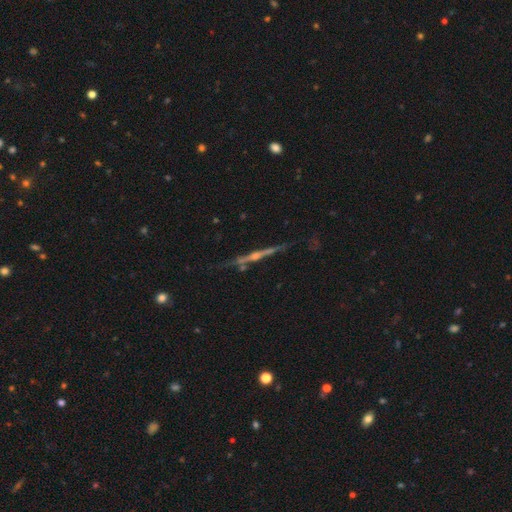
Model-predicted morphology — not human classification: This is clearly a featured or disk galaxy (81%). It is clearly viewed edge-on (97%). Edge-on bulge: likely rounded (76%). Merging: likely none (76%).